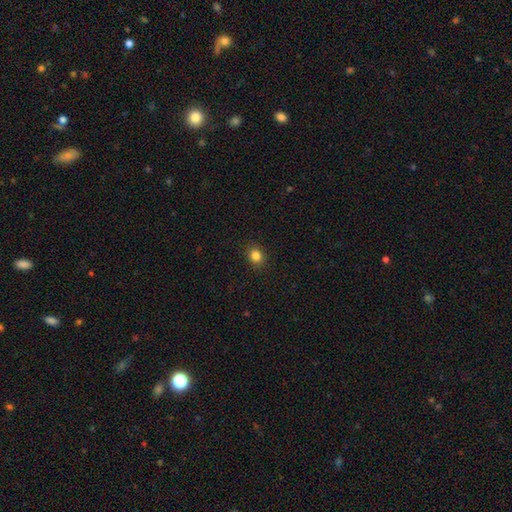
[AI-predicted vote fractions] Smooth or featured?
  - smooth: 84% *
  - star or artifact: 12%
  - featured or disk: 4%
How rounded?
  - round: 68% *
  - in between: 31%
  - cigar-shaped: 1%
Merging?
  - none: 90% *
  - minor disturbance: 7%
  - major disturbance: 2%
  - merger: 1%